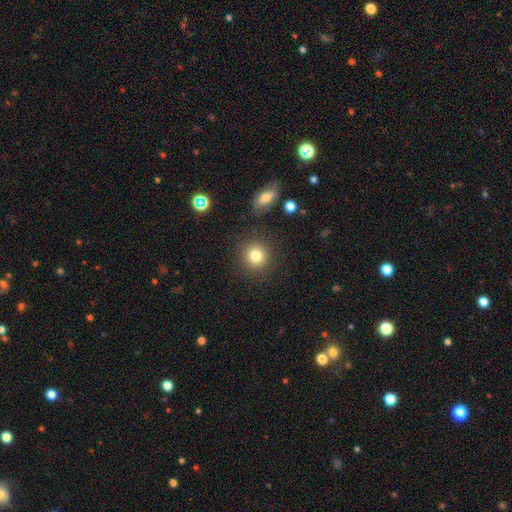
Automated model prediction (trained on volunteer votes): smooth_or_featured: smooth (p=0.82) [alt: star or artifact p=0.11]
how_rounded: round (p=0.90) [alt: in between p=0.09]
merging: none (p=0.86) [alt: minor disturbance p=0.08]